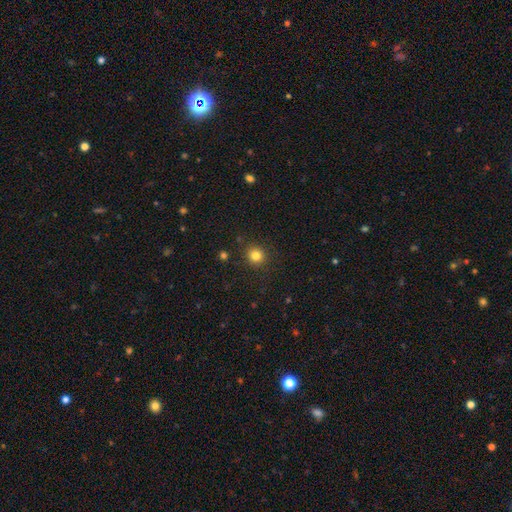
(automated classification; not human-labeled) Smooth or featured? Predicted: smooth (p=0.82). How rounded? Predicted: round (p=0.87). Merging? Predicted: none (p=0.89).